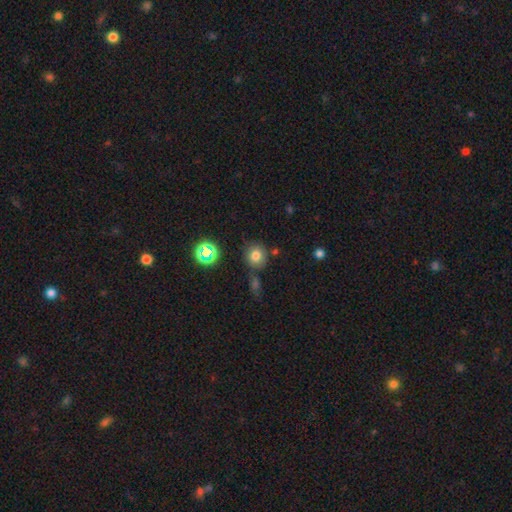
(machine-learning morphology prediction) Q: Smooth or featured?
A: smooth (74%); runner-up: star or artifact (17%)
Q: How rounded?
A: round (82%); runner-up: in between (17%)
Q: Merging?
A: none (73%); runner-up: minor disturbance (13%)